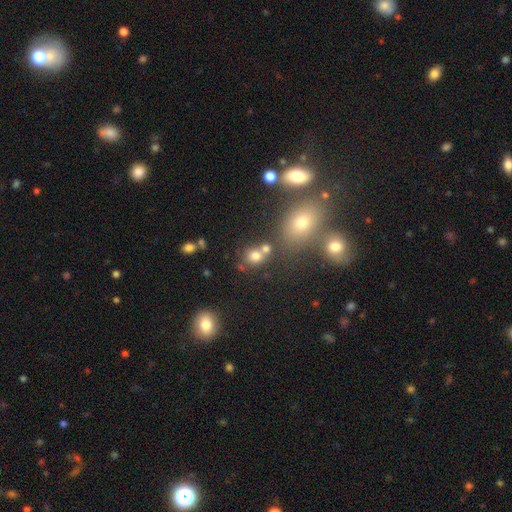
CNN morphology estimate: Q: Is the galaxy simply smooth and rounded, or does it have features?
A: smooth — 73%.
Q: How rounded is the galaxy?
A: round — 71%.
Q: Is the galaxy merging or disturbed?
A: none — 52%.